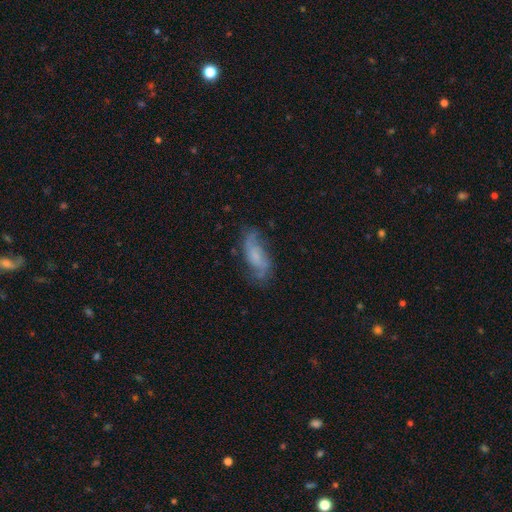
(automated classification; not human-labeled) Smooth or featured? featured or disk (52%)
Edge-on disk? no (87%)
Merging? none (60%)